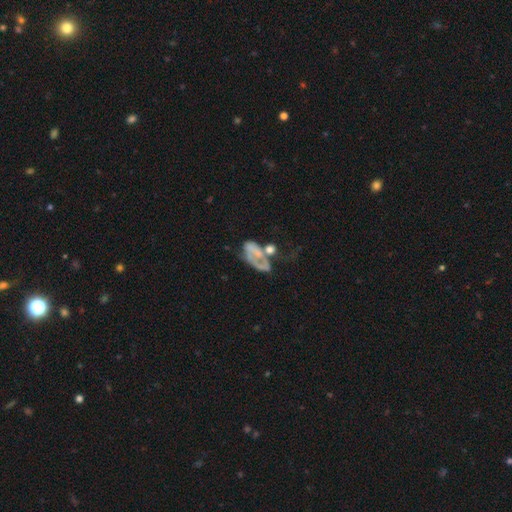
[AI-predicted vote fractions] Smooth or featured? featured or disk (54%)
Edge-on disk? no (96%)
Bar? no (79%)
Spiral arms? no (66%)
Bulge size? none (50%)
Merging? merger (33%)